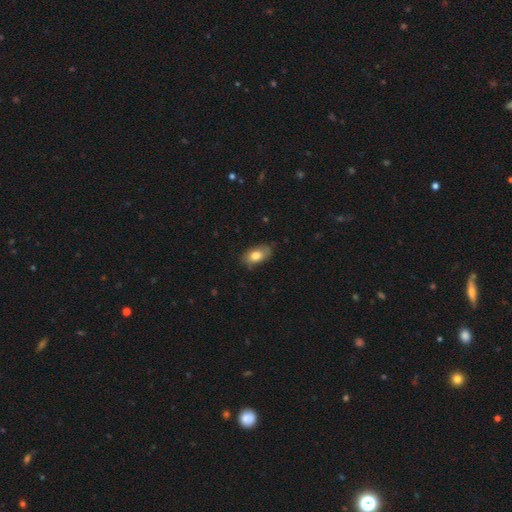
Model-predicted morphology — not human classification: smooth-or-featured: smooth: 77% | featured or disk: 16% | star or artifact: 7%
  how-rounded: in between: 91% | round: 7% | cigar-shaped: 2%
  merging: none: 75% | minor disturbance: 20% | major disturbance: 3% | merger: 1%